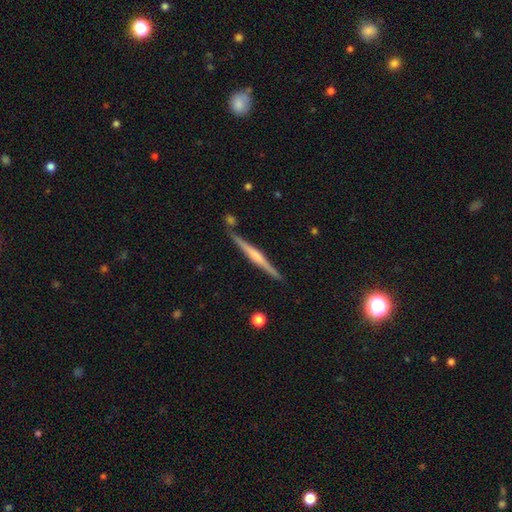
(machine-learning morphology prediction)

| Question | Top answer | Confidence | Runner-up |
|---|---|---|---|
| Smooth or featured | featured or disk | 73% | smooth (21%) |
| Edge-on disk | yes | 98% | no (2%) |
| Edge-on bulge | rounded | 59% | none (22%) |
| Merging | none | 86% | minor disturbance (9%) |